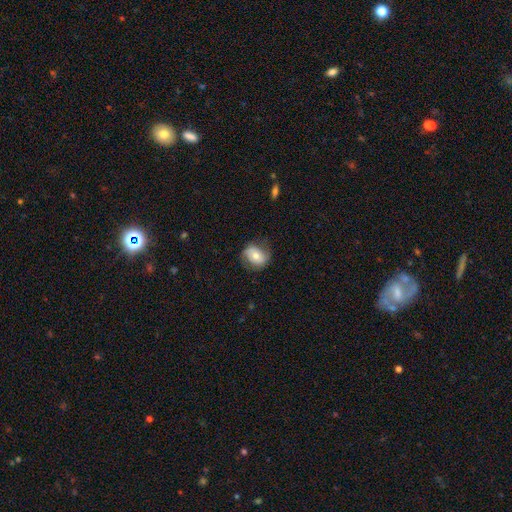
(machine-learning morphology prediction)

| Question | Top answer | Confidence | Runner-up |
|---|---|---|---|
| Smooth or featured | smooth | 57% | featured or disk (35%) |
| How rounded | in between | 51% | round (48%) |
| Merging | none | 69% | minor disturbance (21%) |